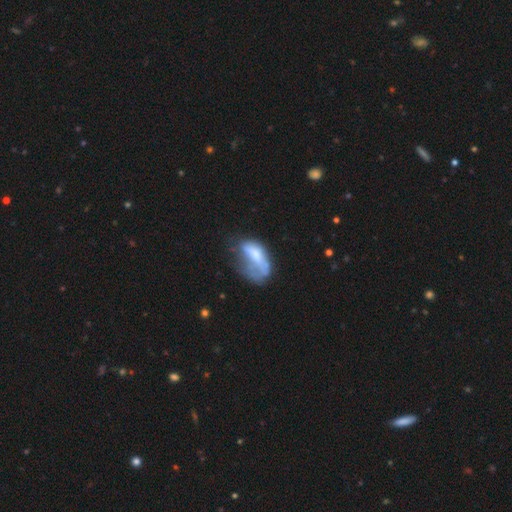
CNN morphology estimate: Overall: smooth (53%; featured or disk 38%). How rounded: in between (87%). Merging: major disturbance (46%; minor disturbance 25%).